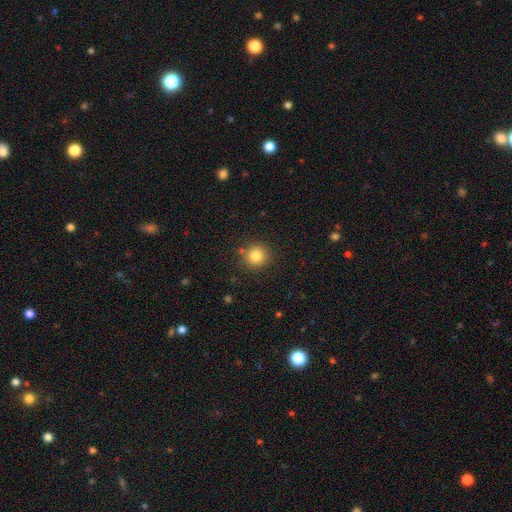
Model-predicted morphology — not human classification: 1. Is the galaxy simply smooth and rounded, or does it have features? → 82% smooth, 12% star or artifact, 6% featured or disk.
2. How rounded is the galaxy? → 93% round, 6% in between, 1% cigar-shaped.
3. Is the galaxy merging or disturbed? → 86% none, 8% minor disturbance, 3% merger, 3% major disturbance.